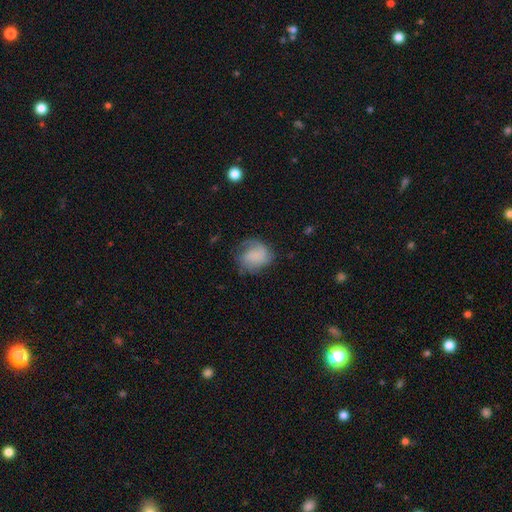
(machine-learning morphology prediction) smooth_or_featured: smooth (p=0.50) [alt: featured or disk p=0.41]
how_rounded: round (p=0.62) [alt: in between p=0.37]
merging: none (p=0.52) [alt: minor disturbance p=0.25]